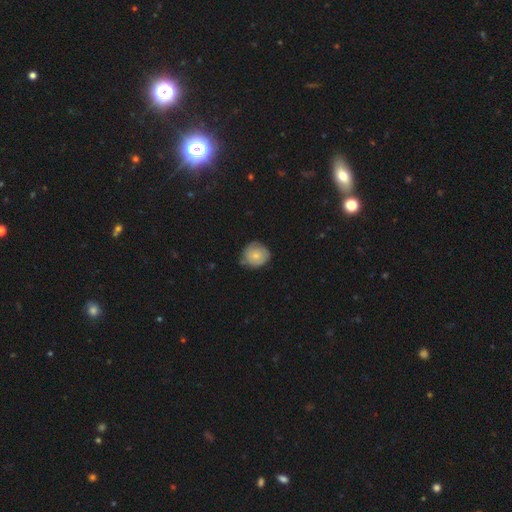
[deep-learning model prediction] This is likely a smooth galaxy (72%). How rounded: clearly round (89%). Merging: likely none (71%).